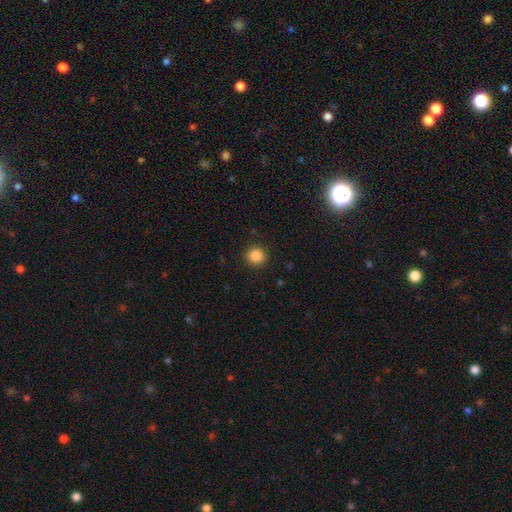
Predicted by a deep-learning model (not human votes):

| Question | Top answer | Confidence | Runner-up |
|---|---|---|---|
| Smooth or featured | smooth | 86% | star or artifact (10%) |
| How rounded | round | 93% | in between (6%) |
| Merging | none | 91% | minor disturbance (6%) |